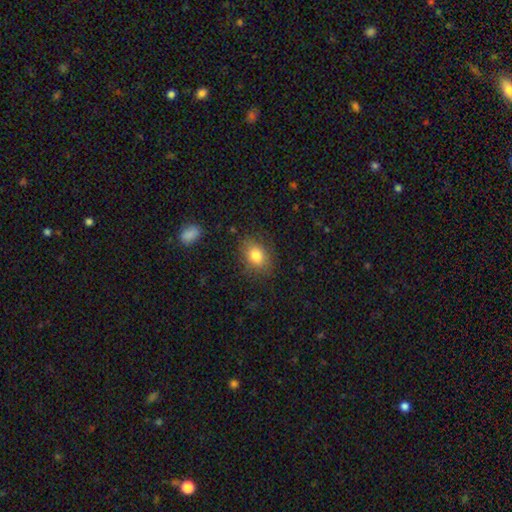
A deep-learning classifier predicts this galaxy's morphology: The model was most divided on "how rounded": in between: 67%, round: 32%, cigar-shaped: 1%. More confident: smooth or featured — smooth (81%); merging — none (80%).